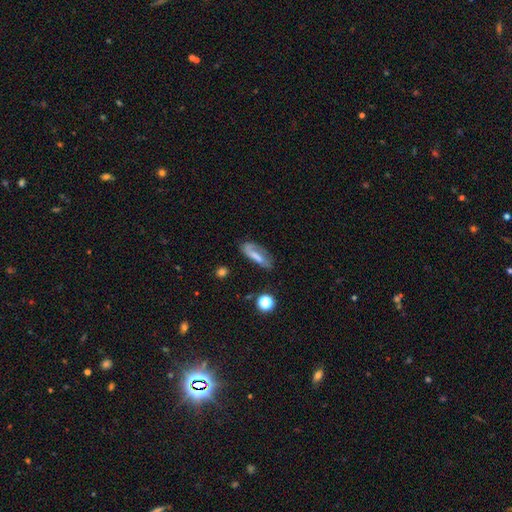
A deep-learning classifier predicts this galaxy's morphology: type=smooth (56%); roundness=in between (59%); merging=none (54%).